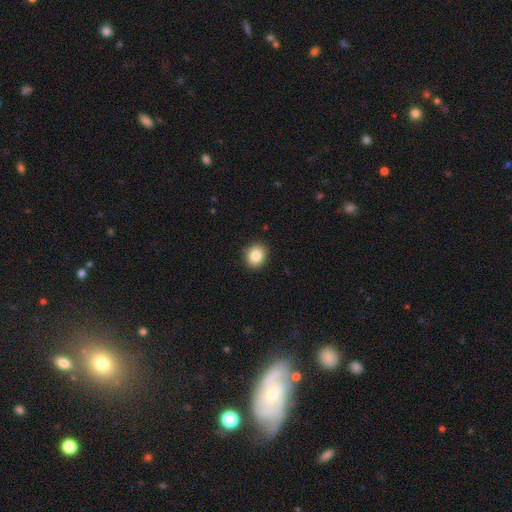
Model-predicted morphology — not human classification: smooth_or_featured: smooth (p=0.85) [alt: star or artifact p=0.09]
how_rounded: round (p=0.70) [alt: in between p=0.29]
merging: none (p=0.90) [alt: minor disturbance p=0.07]